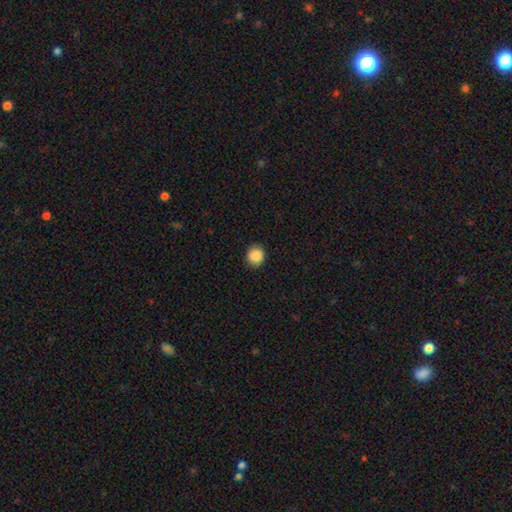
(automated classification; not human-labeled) Smooth or featured? Predicted: smooth (p=0.88). How rounded? Predicted: round (p=0.85). Merging? Predicted: none (p=0.89).